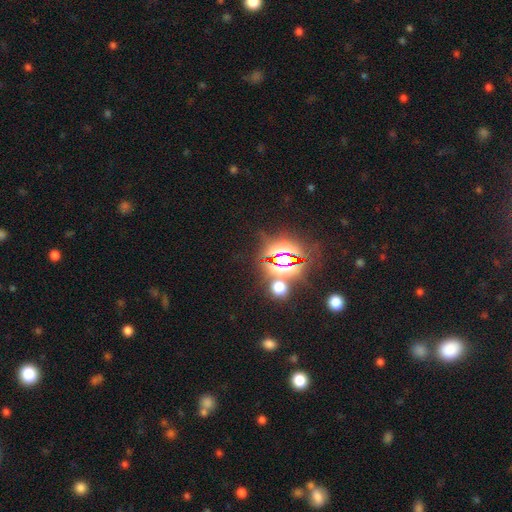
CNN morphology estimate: Smooth or featured? star or artifact (80%)